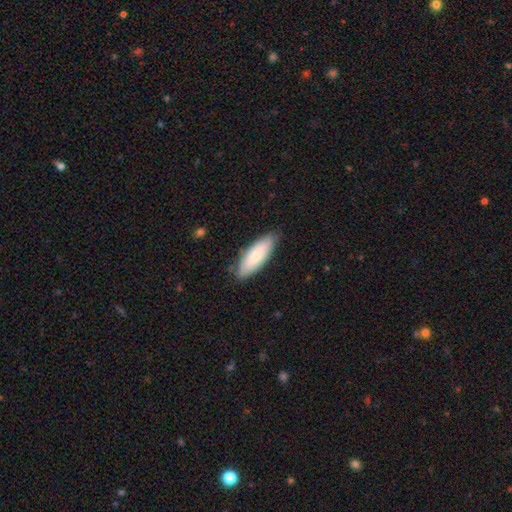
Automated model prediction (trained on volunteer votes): This is likely a smooth galaxy (77%). How rounded: likely in between (66%). Merging: clearly none (82%).